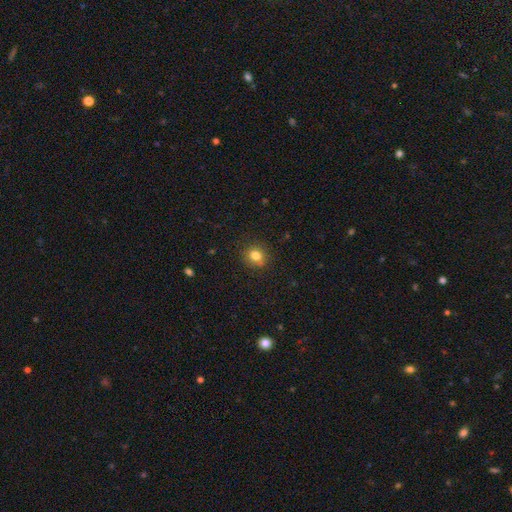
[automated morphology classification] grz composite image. It shows a smooth galaxy with no disk features (79%) that is round (83%). Merging: none (83%).